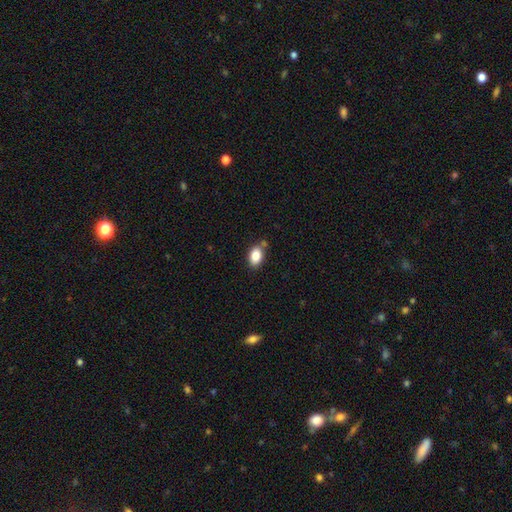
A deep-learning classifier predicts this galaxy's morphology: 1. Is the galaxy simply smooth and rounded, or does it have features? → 85% smooth, 8% star or artifact, 7% featured or disk.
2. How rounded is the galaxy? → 86% in between, 12% round, 2% cigar-shaped.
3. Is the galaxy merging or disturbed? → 75% none, 14% minor disturbance, 8% merger, 3% major disturbance.